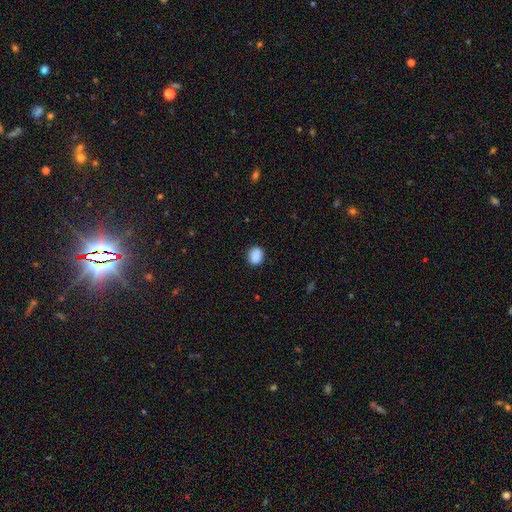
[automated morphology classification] This is clearly a smooth galaxy (88%). How rounded: likely round (61%). Merging: clearly none (86%).